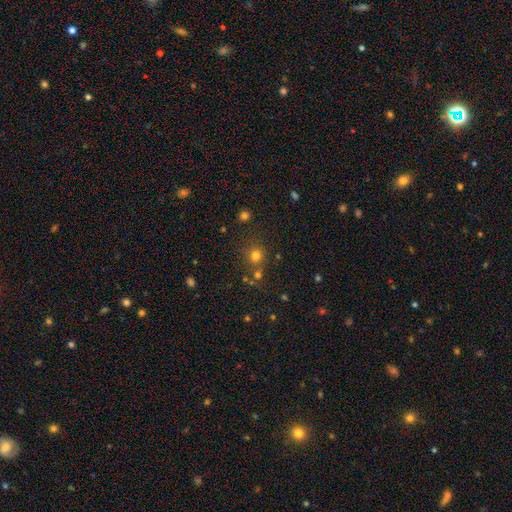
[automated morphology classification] Smooth or featured: smooth — 74% (star or artifact — 20%)
How rounded: round — 88% (in between — 11%)
Merging: none — 73% (merger — 12%)